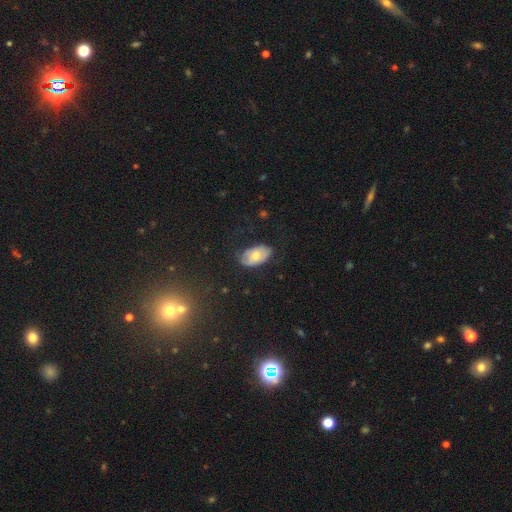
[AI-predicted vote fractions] smooth 59%, featured or disk 31%, star or artifact 10%. Down the decision tree: how rounded — in between (92%); merging — none (68%).